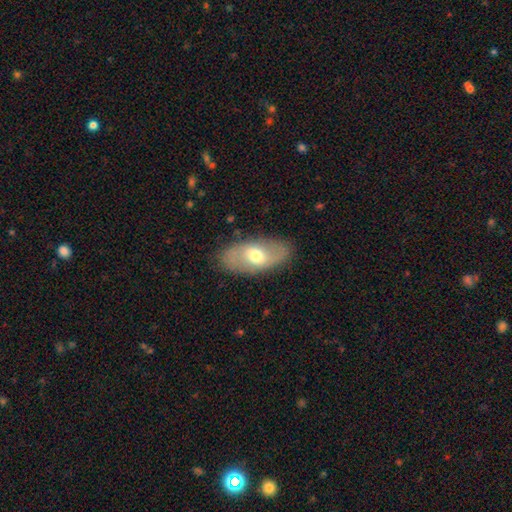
This is likely a smooth galaxy (69%). How rounded: clearly in between (81%). Merging: likely none (71%).